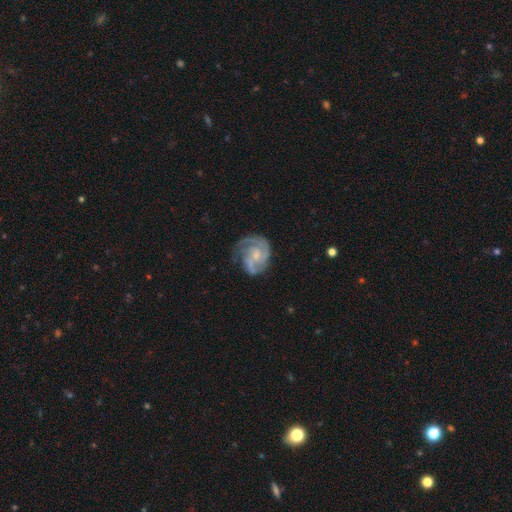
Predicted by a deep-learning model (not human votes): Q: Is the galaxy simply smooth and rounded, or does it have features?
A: featured or disk — 83%.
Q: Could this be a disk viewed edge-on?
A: no — 98%.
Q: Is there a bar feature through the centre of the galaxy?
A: no — 62%.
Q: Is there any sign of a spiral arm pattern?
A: yes — 95%.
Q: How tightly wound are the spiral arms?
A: tight — 48%.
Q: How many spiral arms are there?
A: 2 — 34%.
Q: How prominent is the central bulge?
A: small — 57%.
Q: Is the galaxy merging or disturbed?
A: none — 61%.